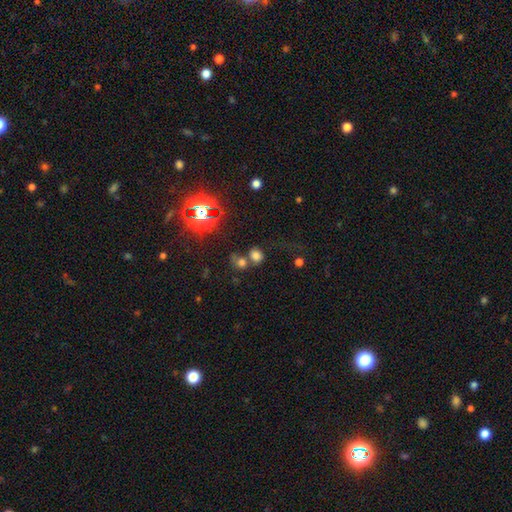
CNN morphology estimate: smooth-or-featured: smooth: 65% | star or artifact: 26% | featured or disk: 9%
  how-rounded: round: 70% | in between: 29% | cigar-shaped: 1%
  merging: none: 46% | merger: 38% | minor disturbance: 9% | major disturbance: 6%